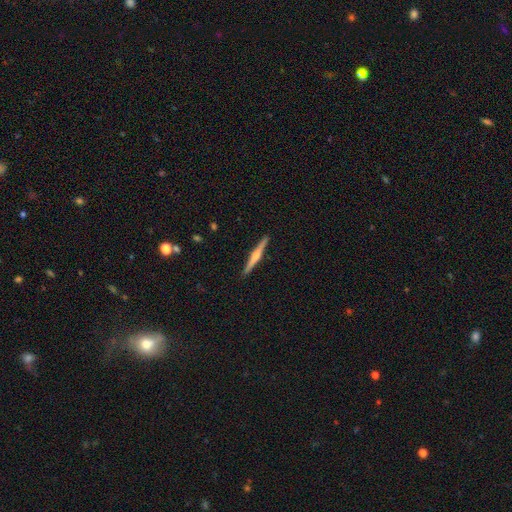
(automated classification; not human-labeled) A featured or disk galaxy (70%) viewed edge-on (98%) with a rounded central bulge (82%). Merging: none (92%).